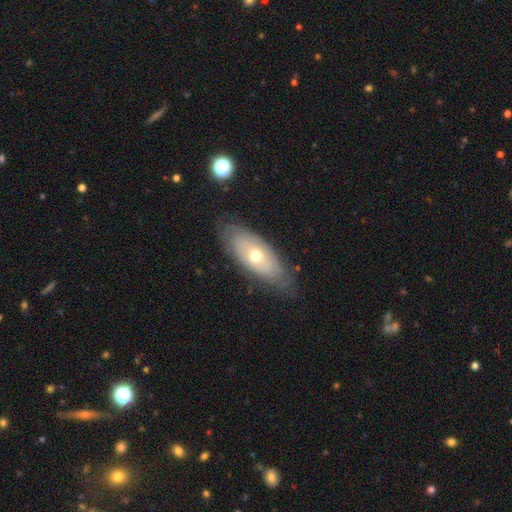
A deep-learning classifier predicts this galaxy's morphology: Overall: featured or disk (48%; smooth 45%). Merging: none (78%).